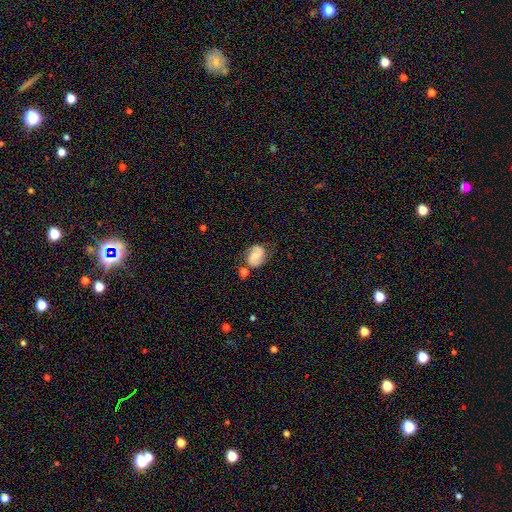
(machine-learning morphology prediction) Smooth or featured? Predicted: featured or disk (p=0.60). Edge-on disk? Predicted: no (p=0.97). Bar? Predicted: no (p=0.47). Spiral arms? Predicted: yes (p=0.92). Spiral winding? Predicted: medium (p=0.46). Spiral arm count? Predicted: 2 (p=0.89). Bulge size? Predicted: small (p=0.43). Merging? Predicted: none (p=0.63).